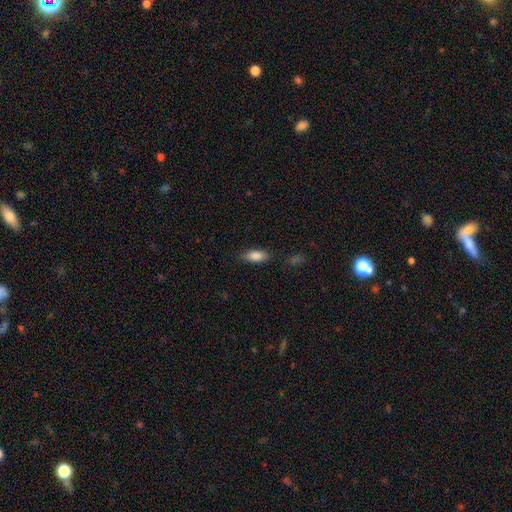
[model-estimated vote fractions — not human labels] Smooth or featured? Predicted: smooth (p=0.85). How rounded? Predicted: in between (p=0.83). Merging? Predicted: none (p=0.79).